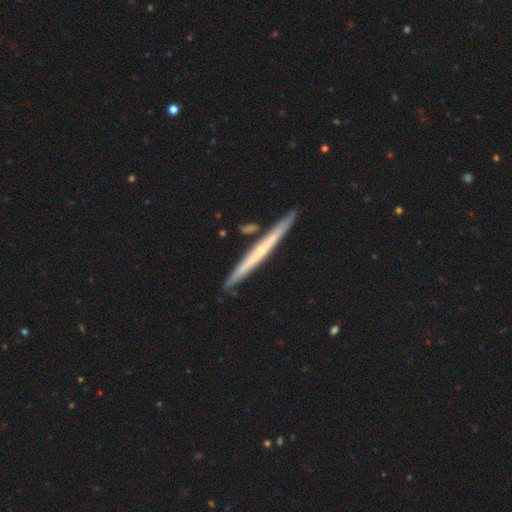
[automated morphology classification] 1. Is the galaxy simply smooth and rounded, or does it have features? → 59% featured or disk, 35% smooth, 5% star or artifact.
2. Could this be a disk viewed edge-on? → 95% yes, 5% no.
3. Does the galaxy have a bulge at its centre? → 80% none, 16% rounded, 4% boxy.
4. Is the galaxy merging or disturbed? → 86% none, 9% minor disturbance, 4% merger, 2% major disturbance.